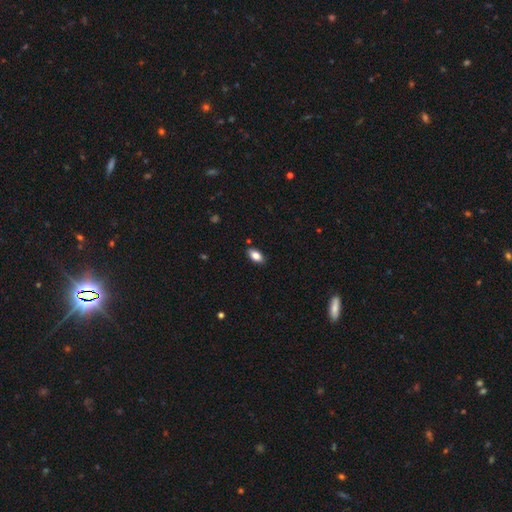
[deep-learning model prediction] smooth_or_featured: smooth (p=0.83) [alt: featured or disk p=0.09]
how_rounded: in between (p=0.91) [alt: round p=0.04]
merging: none (p=0.87) [alt: minor disturbance p=0.10]